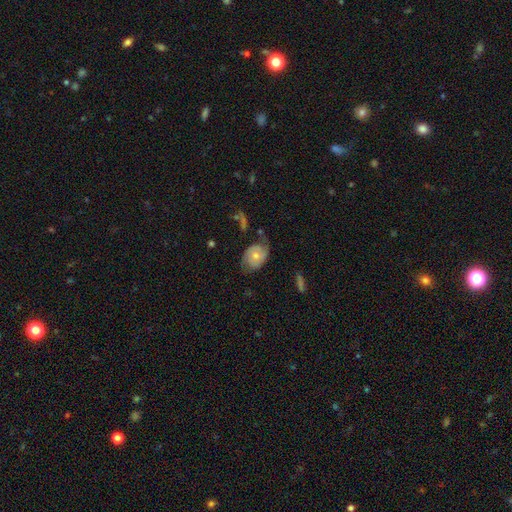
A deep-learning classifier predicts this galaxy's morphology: type=featured or disk (60%); edge-on=no (96%); bar=no (79%); spiral arms=yes (83%); bulge=moderate (50%); merging=none (48%).